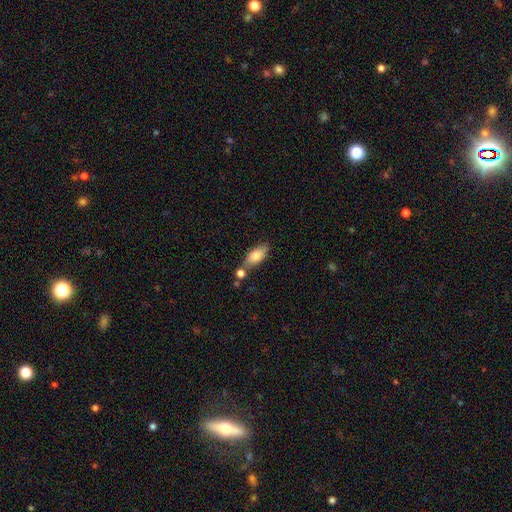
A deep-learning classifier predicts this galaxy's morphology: smooth 77%, featured or disk 16%, star or artifact 7%. Down the decision tree: how rounded — in between (83%); merging — none (62%).